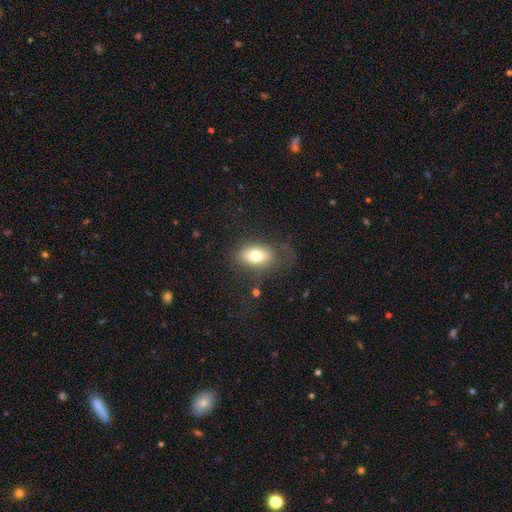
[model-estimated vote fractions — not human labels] smooth 74%, featured or disk 17%, star or artifact 9%. Down the decision tree: how rounded — in between (87%); merging — none (63%).